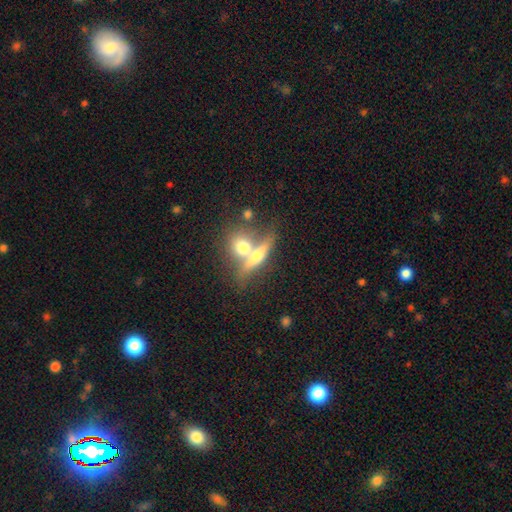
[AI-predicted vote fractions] The model was most divided on "smooth or featured": smooth: 48%, featured or disk: 43%, star or artifact: 8%. More confident: merging — merger (51%).